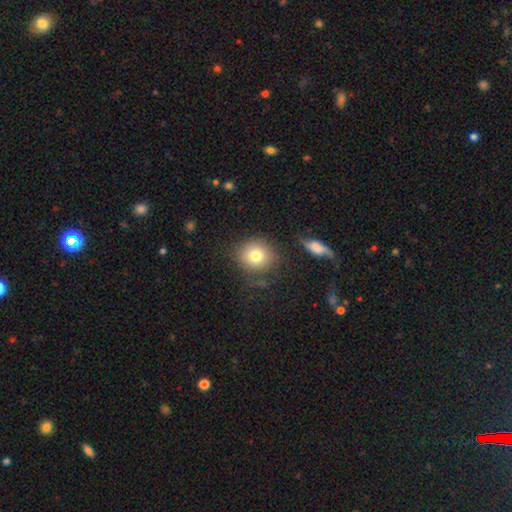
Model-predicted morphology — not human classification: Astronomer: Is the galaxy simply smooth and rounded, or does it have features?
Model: smooth — 78%.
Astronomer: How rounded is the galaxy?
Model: round — 81%.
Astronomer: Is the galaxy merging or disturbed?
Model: none — 75%.